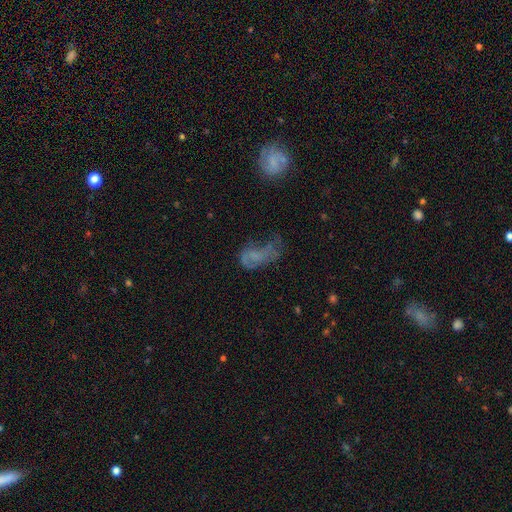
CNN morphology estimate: Smooth or featured: featured or disk — 43% (smooth — 39%)
Merging: major disturbance — 41% (none — 29%)